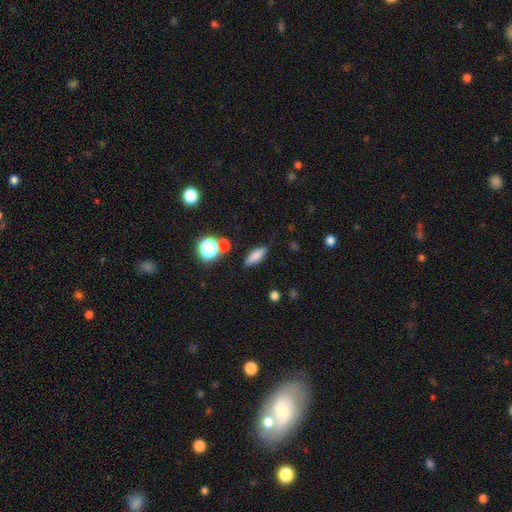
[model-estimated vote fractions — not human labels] Q: Smooth or featured?
A: smooth (78%); runner-up: star or artifact (11%)
Q: How rounded?
A: in between (64%); runner-up: cigar-shaped (30%)
Q: Merging?
A: none (81%); runner-up: minor disturbance (12%)